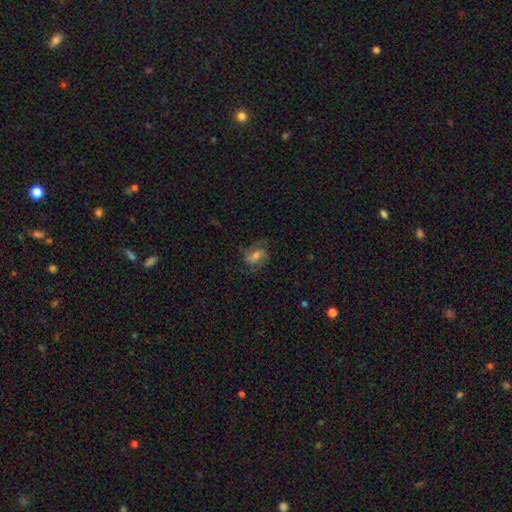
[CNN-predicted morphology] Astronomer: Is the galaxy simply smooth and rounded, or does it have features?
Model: featured or disk — 70%.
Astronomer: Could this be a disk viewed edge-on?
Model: no — 97%.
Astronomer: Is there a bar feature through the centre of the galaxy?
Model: weak — 44% (runner-up: no, 39%).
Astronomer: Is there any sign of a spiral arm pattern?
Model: yes — 94%.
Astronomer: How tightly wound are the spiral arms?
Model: medium — 51% (runner-up: tight, 27%).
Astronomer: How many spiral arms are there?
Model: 2 — 74%.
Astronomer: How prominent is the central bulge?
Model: moderate — 48% (runner-up: small, 40%).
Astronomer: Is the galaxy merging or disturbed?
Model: none — 73%.